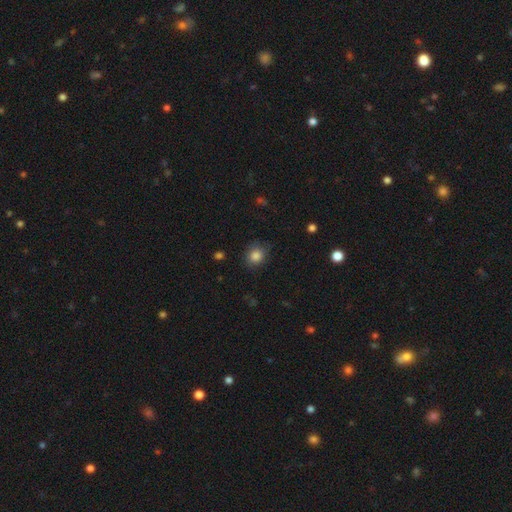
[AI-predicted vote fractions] Smooth or featured?
  - smooth: 85% *
  - star or artifact: 10%
  - featured or disk: 5%
How rounded?
  - round: 76% *
  - in between: 23%
  - cigar-shaped: 1%
Merging?
  - none: 79% *
  - minor disturbance: 16%
  - major disturbance: 4%
  - merger: 1%